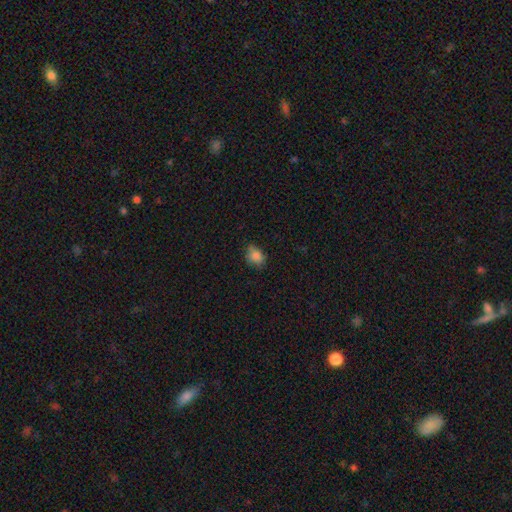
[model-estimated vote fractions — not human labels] smooth-or-featured: smooth: 83% | star or artifact: 10% | featured or disk: 7%
  how-rounded: in between: 56% | round: 43% | cigar-shaped: 1%
  merging: none: 62% | minor disturbance: 29% | major disturbance: 6% | merger: 3%